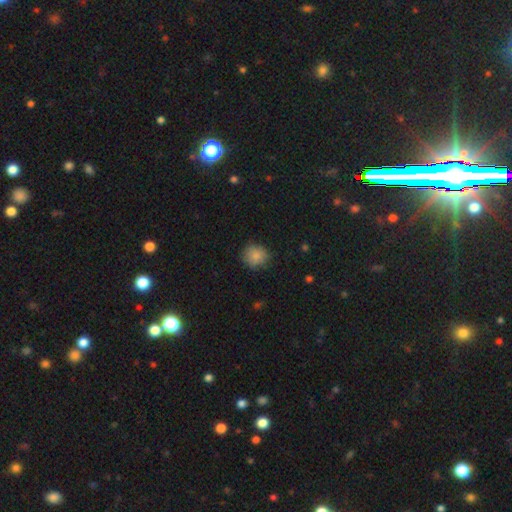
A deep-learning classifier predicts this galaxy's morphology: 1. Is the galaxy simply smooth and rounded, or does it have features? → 85% smooth, 9% star or artifact, 6% featured or disk.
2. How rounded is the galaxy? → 88% round, 11% in between, 1% cigar-shaped.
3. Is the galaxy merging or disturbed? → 81% none, 14% minor disturbance, 3% major disturbance, 1% merger.